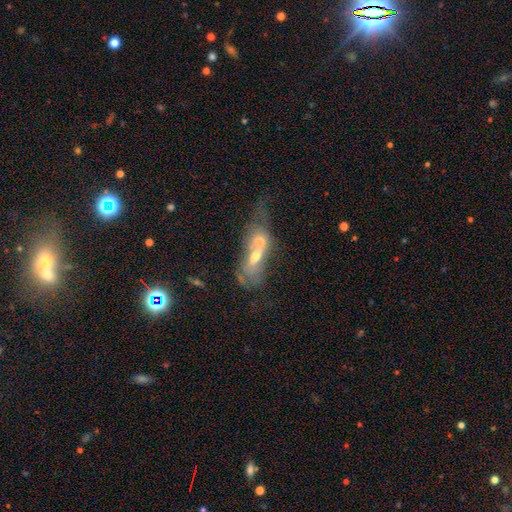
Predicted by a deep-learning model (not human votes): Smooth or featured? featured or disk (51%)
Edge-on disk? no (79%)
Merging? merger (66%)